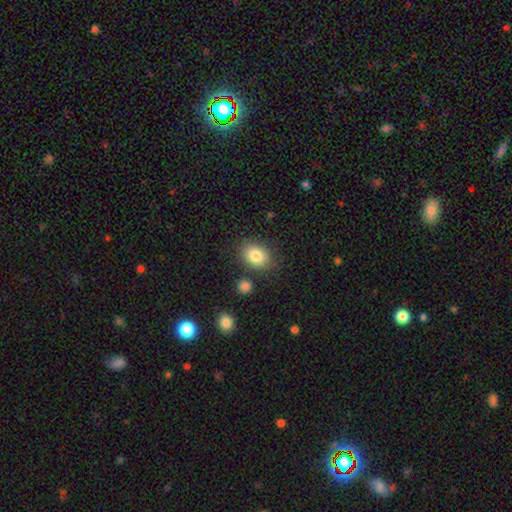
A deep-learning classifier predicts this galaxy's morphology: A smooth galaxy with no disk features (84%) that is in between round and cigar-shaped (70%).

Vote fractions:
- Smooth or featured? smooth: 84% / star or artifact: 8% / featured or disk: 8%
- How rounded? in between: 70% / round: 29% / cigar-shaped: 1%
- Merging? none: 79% / minor disturbance: 12% / merger: 6% / major disturbance: 4%